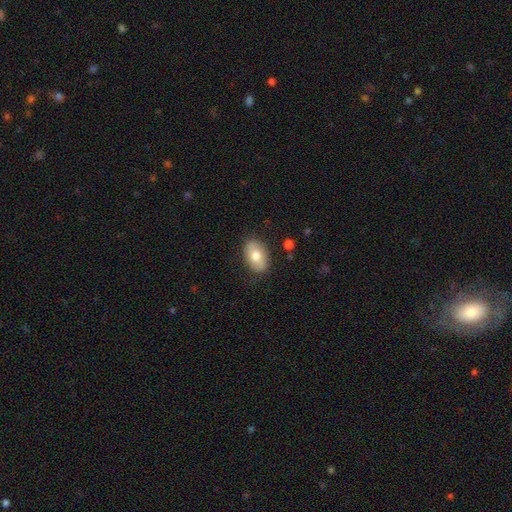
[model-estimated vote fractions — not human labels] smooth-or-featured: smooth: 75% | featured or disk: 18% | star or artifact: 7%
  how-rounded: in between: 89% | round: 10% | cigar-shaped: 1%
  merging: none: 83% | minor disturbance: 12% | major disturbance: 3% | merger: 1%